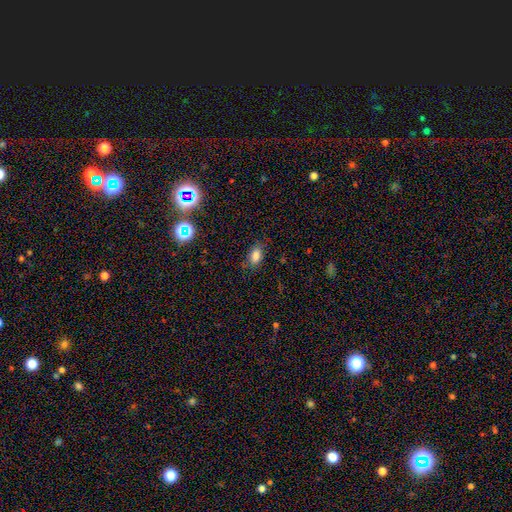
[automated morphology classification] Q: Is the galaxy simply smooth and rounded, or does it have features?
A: smooth — 81%.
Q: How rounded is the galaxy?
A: in between — 88%.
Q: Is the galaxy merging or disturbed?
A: none — 78%.